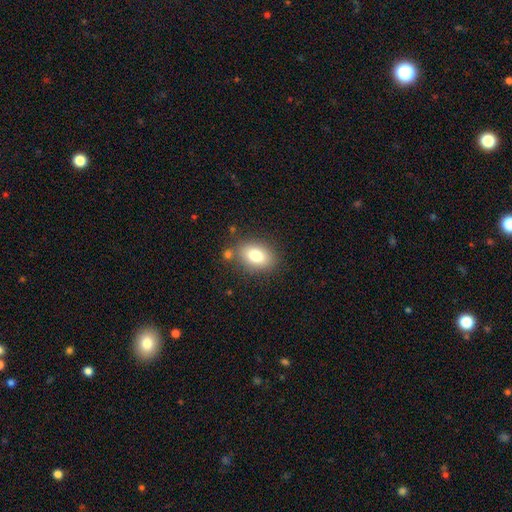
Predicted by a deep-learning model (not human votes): The model was most divided on "merging": none: 77%, minor disturbance: 13%, merger: 6%, major disturbance: 4%. More confident: how rounded — in between (83%); smooth or featured — smooth (82%).